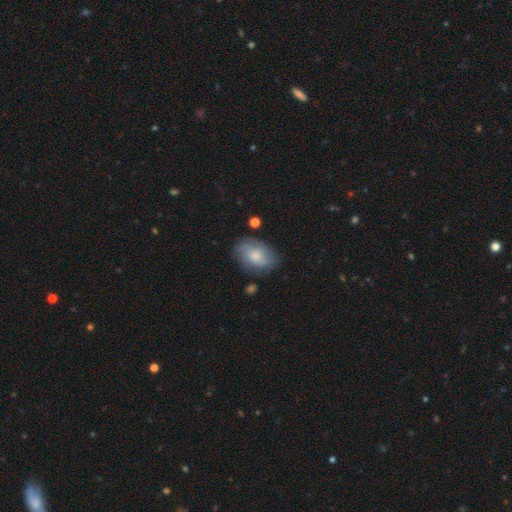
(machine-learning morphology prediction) Smooth or featured? Predicted: smooth (p=0.50). Merging? Predicted: none (p=0.66).